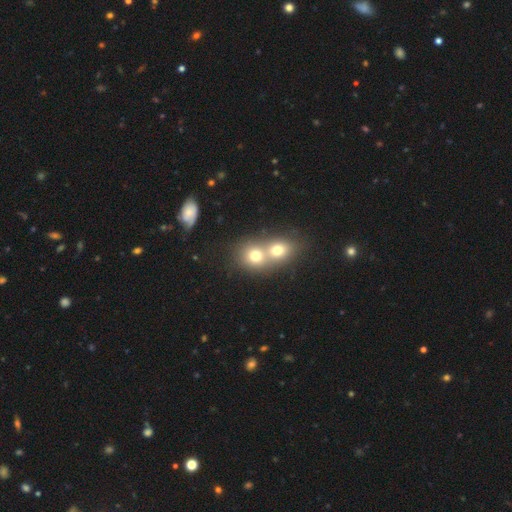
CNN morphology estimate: Q: Smooth or featured?
A: smooth (71%); runner-up: featured or disk (15%)
Q: How rounded?
A: round (73%); runner-up: in between (26%)
Q: Merging?
A: merger (63%); runner-up: none (30%)